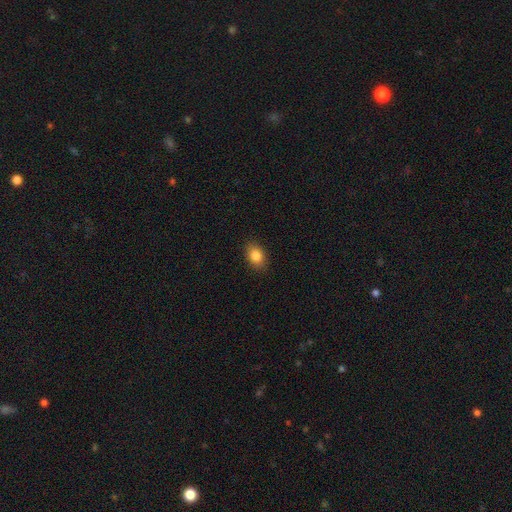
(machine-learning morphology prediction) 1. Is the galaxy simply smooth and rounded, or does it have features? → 85% smooth, 9% star or artifact, 7% featured or disk.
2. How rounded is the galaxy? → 80% in between, 19% round, 1% cigar-shaped.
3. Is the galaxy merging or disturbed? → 88% none, 9% minor disturbance, 2% major disturbance, 1% merger.